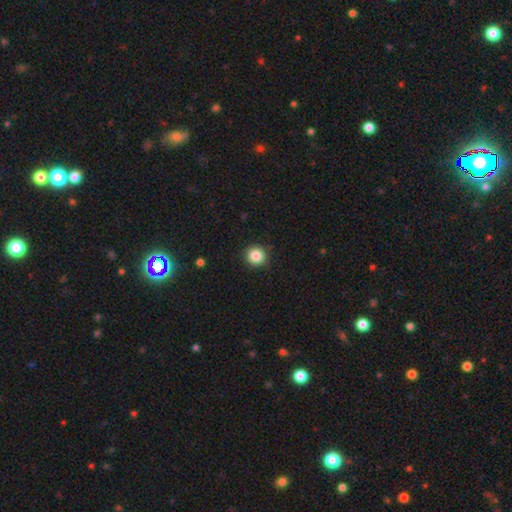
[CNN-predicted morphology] This is clearly a smooth galaxy (86%). How rounded: clearly round (94%). Merging: clearly none (91%).